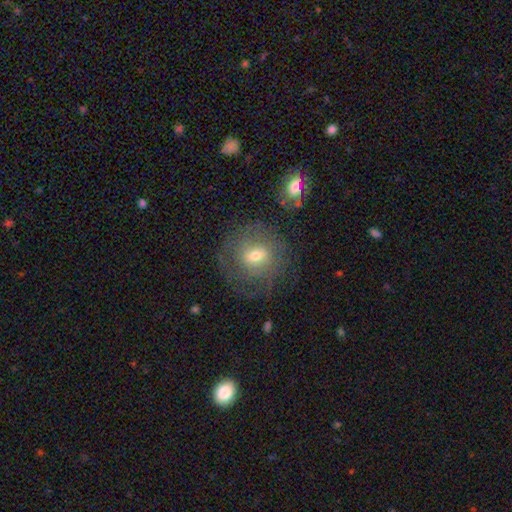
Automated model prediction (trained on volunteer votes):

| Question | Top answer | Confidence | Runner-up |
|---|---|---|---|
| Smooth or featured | smooth | 45% | featured or disk (44%) |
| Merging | none | 70% | minor disturbance (16%) |